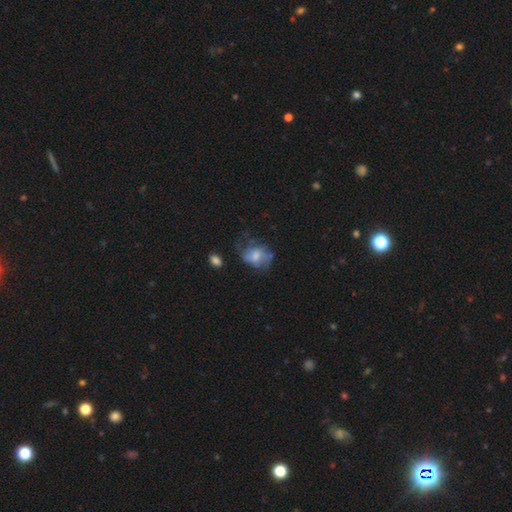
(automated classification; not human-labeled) This appears to be a smooth galaxy with no disk features (51%) that is in between round and cigar-shaped (56%). Merging: none (40%).